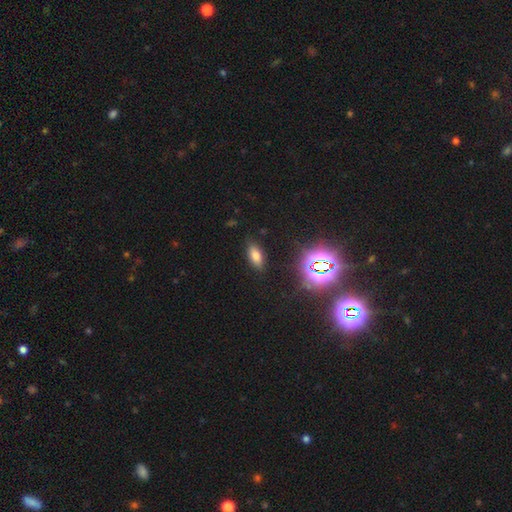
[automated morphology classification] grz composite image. It shows a smooth galaxy with no disk features (69%) that is in between round and cigar-shaped (86%). Merging: none (86%).